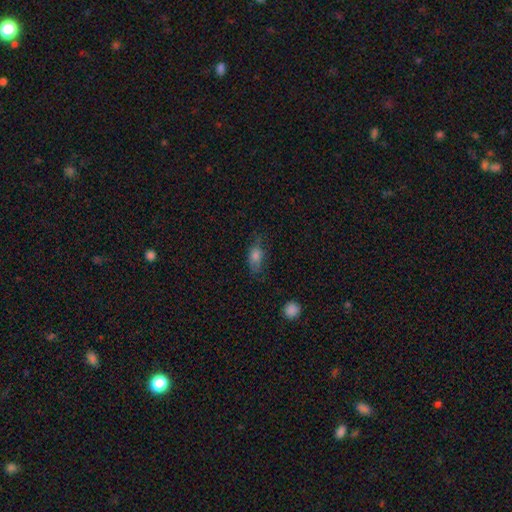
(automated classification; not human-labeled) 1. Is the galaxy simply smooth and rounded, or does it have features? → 71% smooth, 16% featured or disk, 12% star or artifact.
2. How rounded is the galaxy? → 76% in between, 12% cigar-shaped, 11% round.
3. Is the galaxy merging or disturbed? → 63% none, 25% minor disturbance, 10% major disturbance, 2% merger.